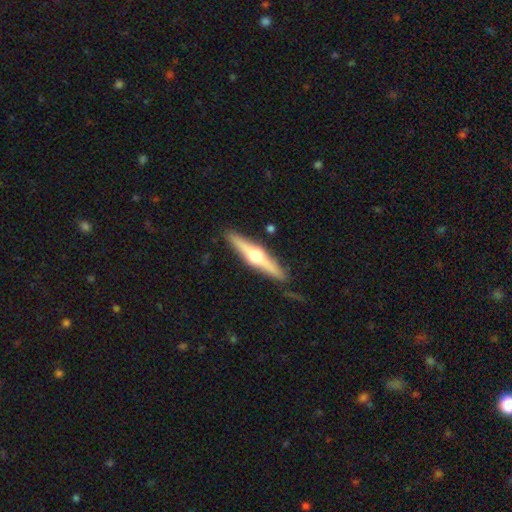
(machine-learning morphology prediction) type=featured or disk (71%); edge-on=yes (97%); edge-on bulge=rounded (95%); merging=none (87%).